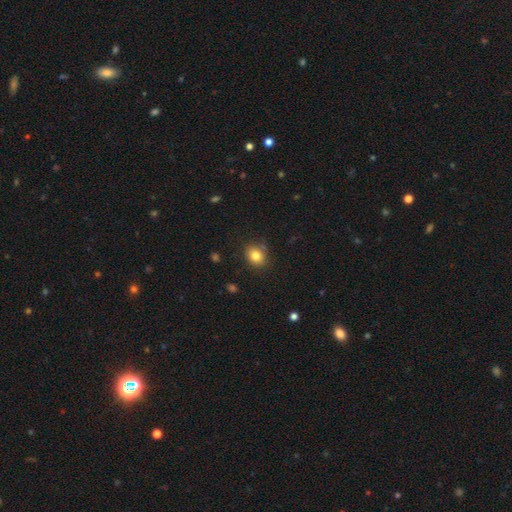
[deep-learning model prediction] Morphology: type=smooth (82%); roundness=round (64%); merging=none (82%).